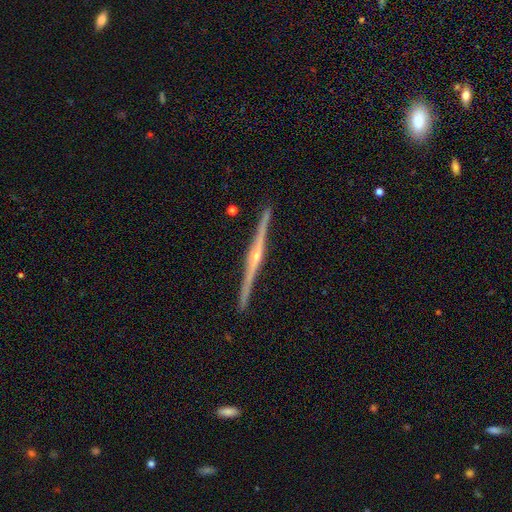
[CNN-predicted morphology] Q: Smooth or featured?
A: featured or disk (89%); runner-up: smooth (7%)
Q: Edge-on disk?
A: yes (99%); runner-up: no (1%)
Q: Edge-on bulge?
A: rounded (88%); runner-up: none (7%)
Q: Merging?
A: none (92%); runner-up: minor disturbance (6%)